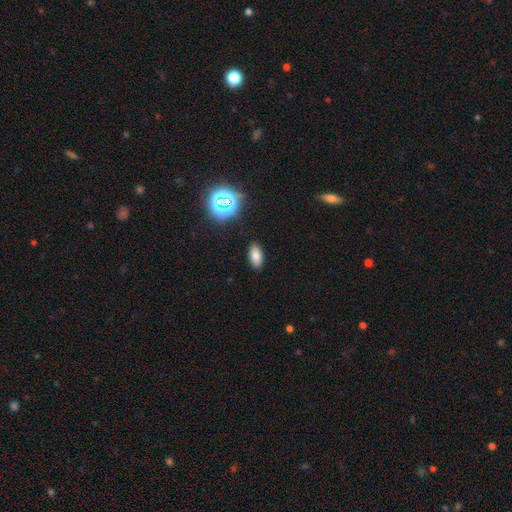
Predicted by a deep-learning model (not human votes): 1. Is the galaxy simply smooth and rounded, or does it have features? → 77% smooth, 15% star or artifact, 8% featured or disk.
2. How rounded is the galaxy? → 91% in between, 5% cigar-shaped, 4% round.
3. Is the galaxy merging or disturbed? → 89% none, 8% minor disturbance, 2% major disturbance, 1% merger.